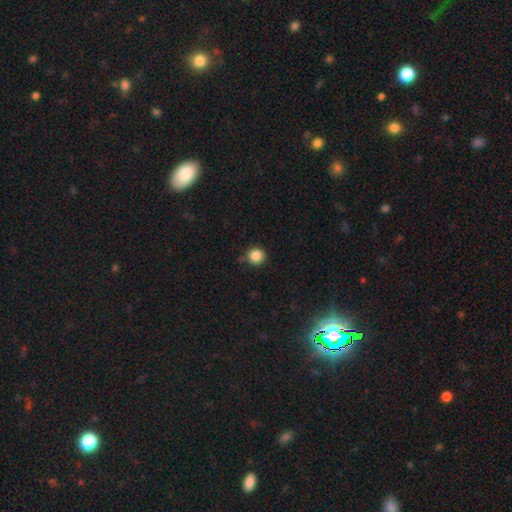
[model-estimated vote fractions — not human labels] smooth 86%, star or artifact 11%, featured or disk 3%. Down the decision tree: how rounded — round (94%); merging — none (84%).